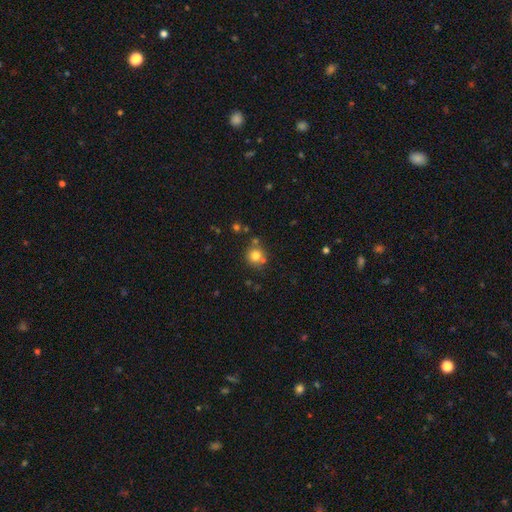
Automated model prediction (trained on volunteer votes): Smooth or featured? smooth (77%)
How rounded? round (91%)
Merging? none (71%)